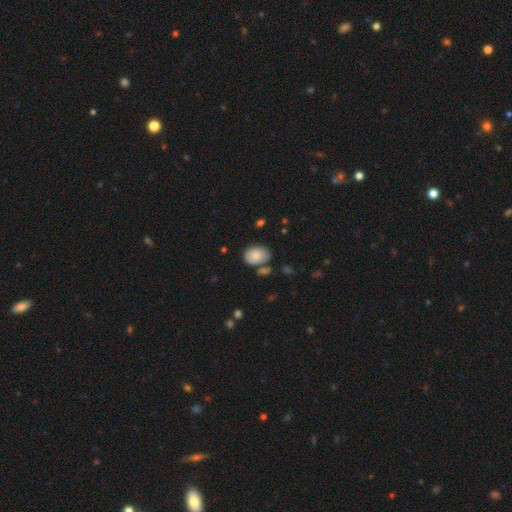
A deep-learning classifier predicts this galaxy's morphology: Smooth or featured: smooth — 84% (featured or disk — 8%)
How rounded: in between — 76% (round — 23%)
Merging: none — 70% (minor disturbance — 16%)